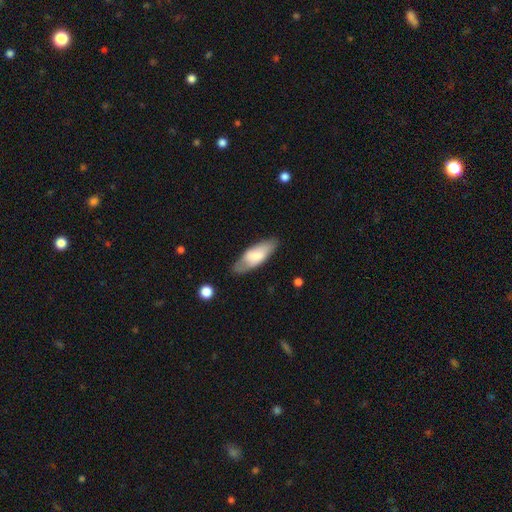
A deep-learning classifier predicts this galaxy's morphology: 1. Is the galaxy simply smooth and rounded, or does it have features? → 67% smooth, 27% featured or disk, 6% star or artifact.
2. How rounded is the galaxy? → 70% in between, 29% cigar-shaped, 2% round.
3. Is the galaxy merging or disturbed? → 77% none, 17% minor disturbance, 4% major disturbance, 2% merger.